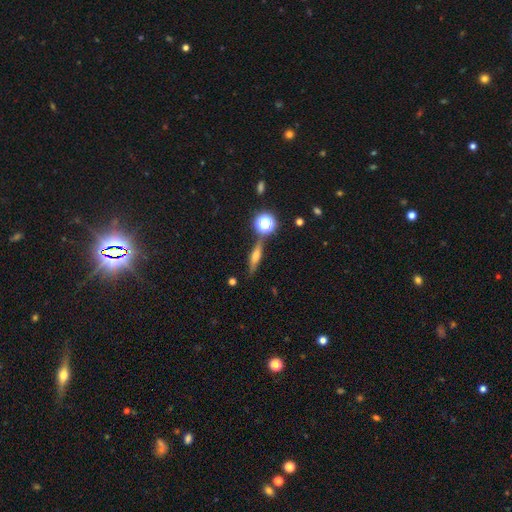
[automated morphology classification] This appears to be a featured or disk galaxy (52%) viewed edge-on (93%). Merging: none (82%).